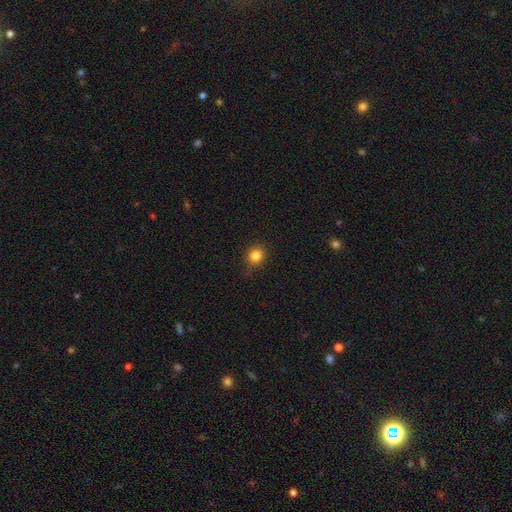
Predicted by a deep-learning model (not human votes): Morphology: type=smooth (83%); roundness=round (84%); merging=none (83%).